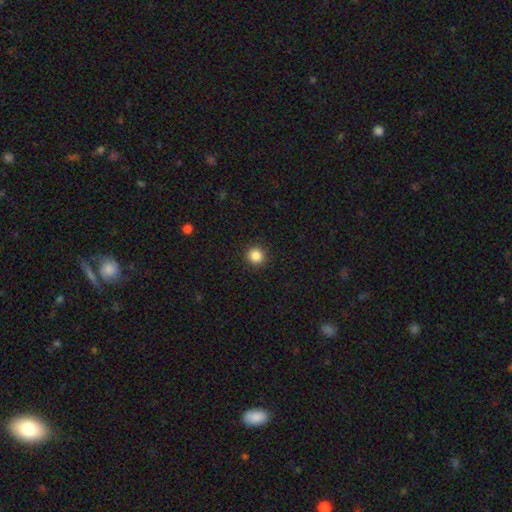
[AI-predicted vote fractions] Smooth or featured? Predicted: smooth (p=0.86). How rounded? Predicted: round (p=0.92). Merging? Predicted: none (p=0.92).